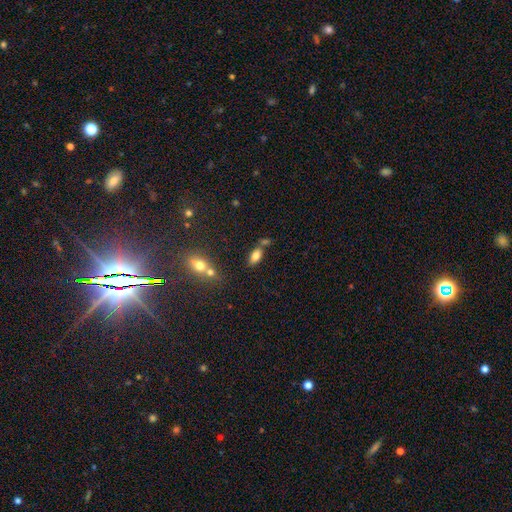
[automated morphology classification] Overall: smooth (78%). How rounded: in between (88%). Merging: none (60%; merger 21%).